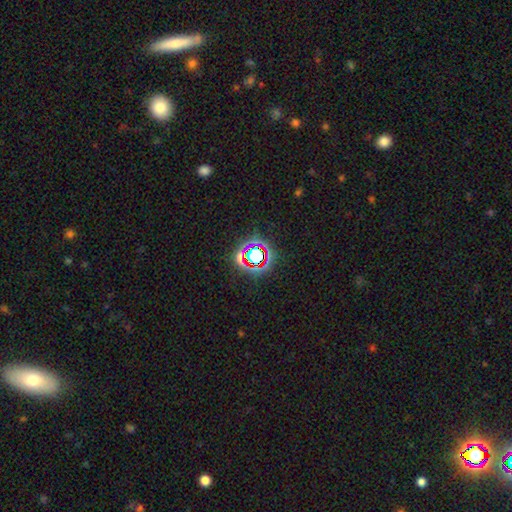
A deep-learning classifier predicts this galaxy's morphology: Smooth or featured? Predicted: star or artifact (p=0.65).